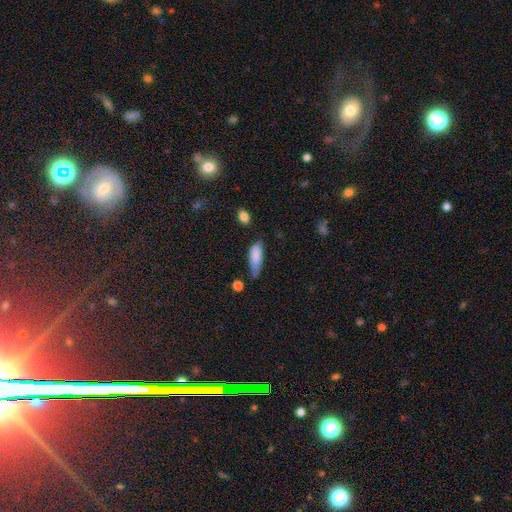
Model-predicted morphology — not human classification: Smooth or featured? smooth (81%)
How rounded? in between (60%)
Merging? minor disturbance (43%)